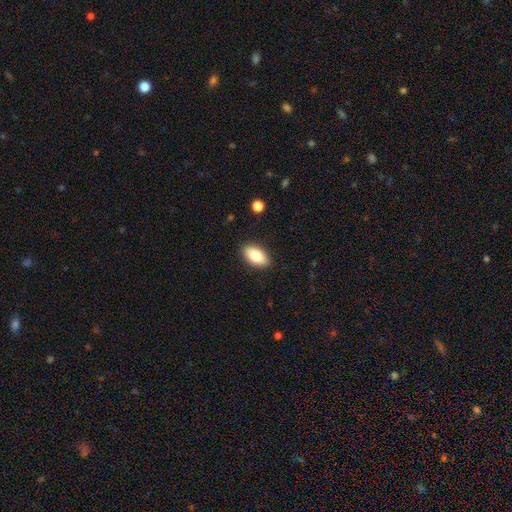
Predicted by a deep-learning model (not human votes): Overall: smooth (82%). How rounded: in between (92%). Merging: none (88%).